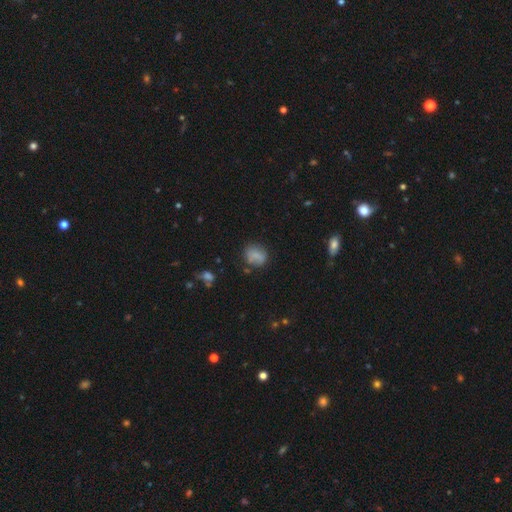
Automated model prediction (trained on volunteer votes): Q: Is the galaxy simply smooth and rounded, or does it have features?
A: smooth — 75%.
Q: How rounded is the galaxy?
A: round — 60%.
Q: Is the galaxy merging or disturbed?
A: none — 71%.